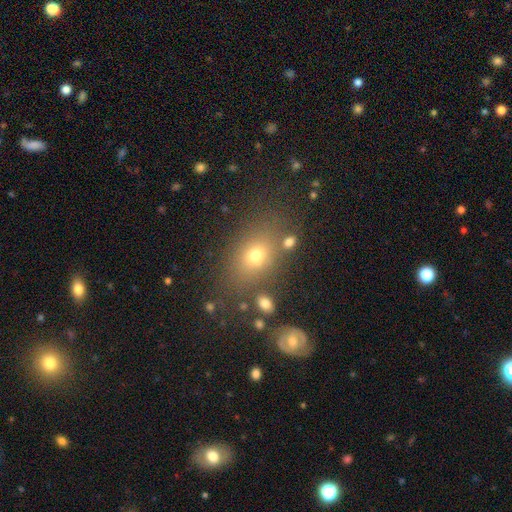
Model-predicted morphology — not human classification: Smooth or featured?
  - smooth: 69% *
  - star or artifact: 17%
  - featured or disk: 14%
How rounded?
  - in between: 70% *
  - round: 27%
  - cigar-shaped: 2%
Merging?
  - none: 73% *
  - minor disturbance: 14%
  - merger: 7%
  - major disturbance: 6%